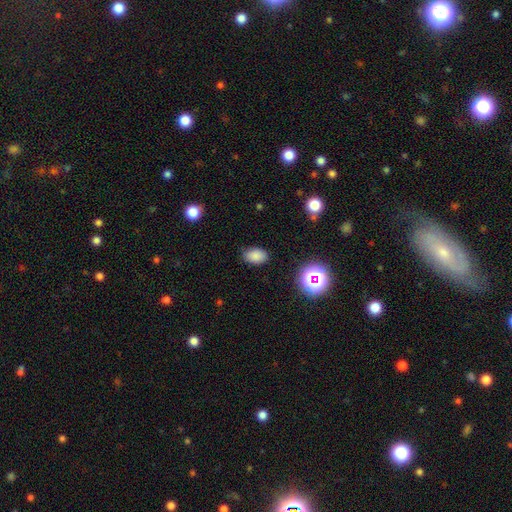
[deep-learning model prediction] Smooth or featured? Predicted: smooth (p=0.82). How rounded? Predicted: in between (p=0.84). Merging? Predicted: none (p=0.83).